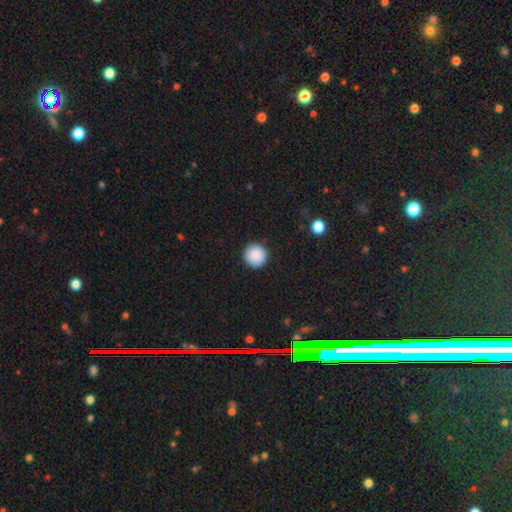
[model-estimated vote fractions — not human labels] Smooth or featured? Predicted: smooth (p=0.89). How rounded? Predicted: round (p=0.96). Merging? Predicted: none (p=0.93).